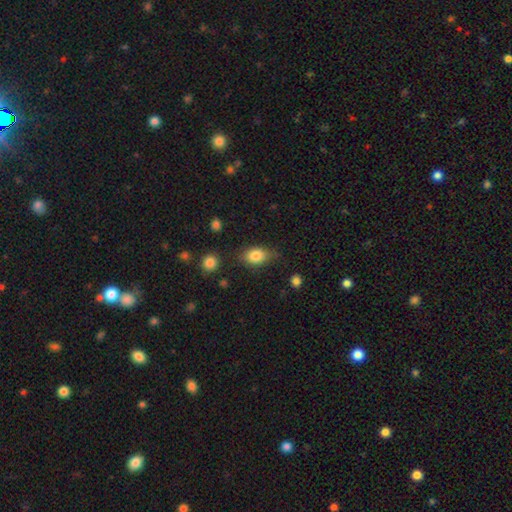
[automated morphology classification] Smooth or featured? Predicted: smooth (p=0.82). How rounded? Predicted: in between (p=0.80). Merging? Predicted: none (p=0.69).